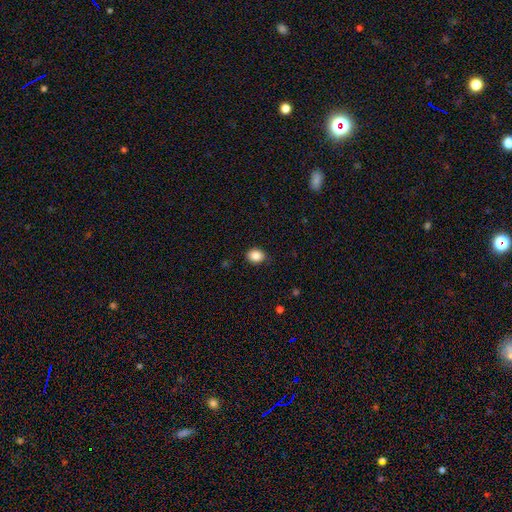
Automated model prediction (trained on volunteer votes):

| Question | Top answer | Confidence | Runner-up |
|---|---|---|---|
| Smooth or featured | smooth | 86% | star or artifact (9%) |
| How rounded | round | 54% | in between (45%) |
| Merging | none | 85% | minor disturbance (12%) |